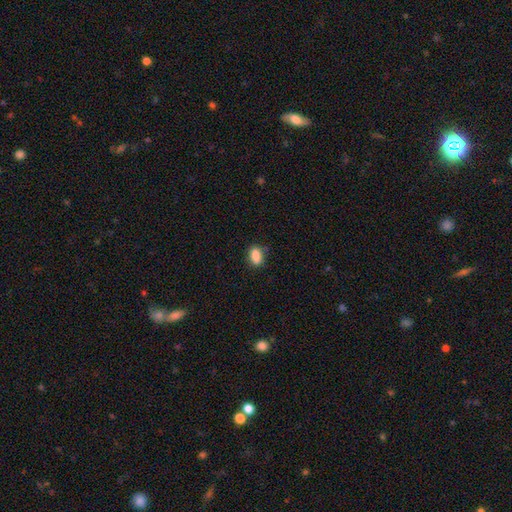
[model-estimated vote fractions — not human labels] The model was most divided on "merging": none: 74%, minor disturbance: 19%, major disturbance: 4%, merger: 2%. More confident: smooth or featured — smooth (85%); how rounded — in between (82%).